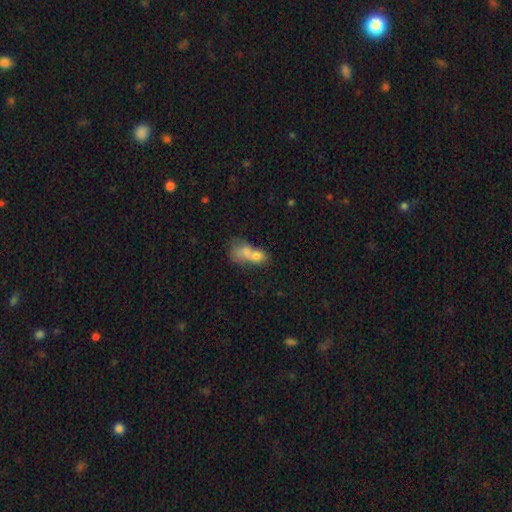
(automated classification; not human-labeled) Smooth or featured: smooth — 67% (featured or disk — 22%)
How rounded: in between — 70% (round — 23%)
Merging: merger — 67% (none — 16%)